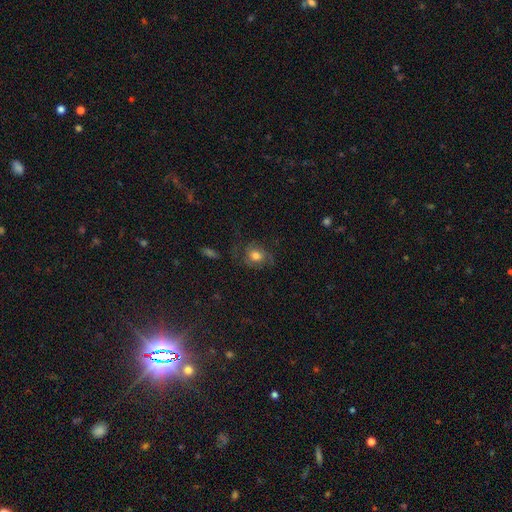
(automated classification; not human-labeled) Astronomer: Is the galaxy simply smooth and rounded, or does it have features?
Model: smooth — 45% (runner-up: featured or disk, 44%).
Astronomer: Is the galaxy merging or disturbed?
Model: none — 52%.